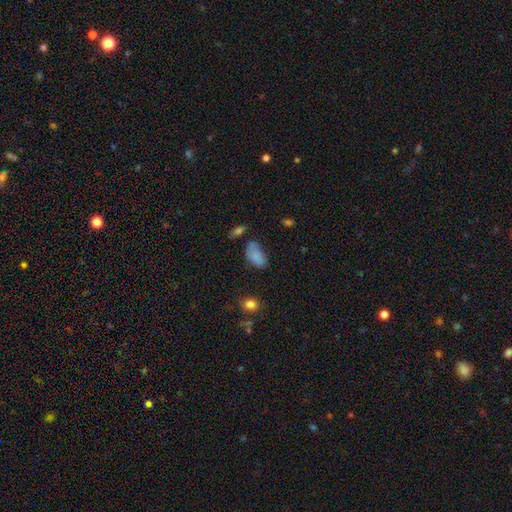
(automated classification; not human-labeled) A smooth galaxy with no disk features (81%) that is in between round and cigar-shaped (92%).

Vote fractions:
- Smooth or featured? smooth: 81% / featured or disk: 10% / star or artifact: 9%
- How rounded? in between: 92% / round: 6% / cigar-shaped: 2%
- Merging? none: 51% / minor disturbance: 32% / major disturbance: 11% / merger: 6%